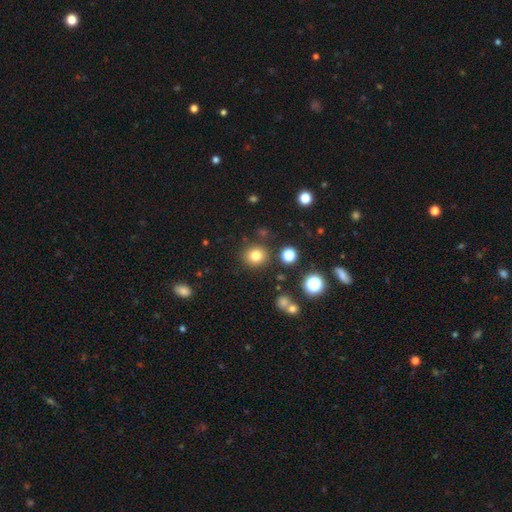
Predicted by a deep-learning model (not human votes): Smooth or featured: smooth — 80% (star or artifact — 14%)
How rounded: round — 86% (in between — 13%)
Merging: none — 86% (minor disturbance — 8%)